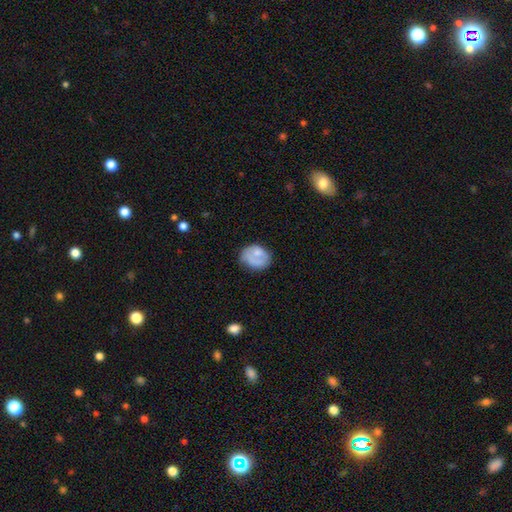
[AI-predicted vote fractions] The model was most divided on "how rounded": in between: 55%, round: 44%, cigar-shaped: 1%. More confident: smooth or featured — smooth (64%); merging — none (55%).